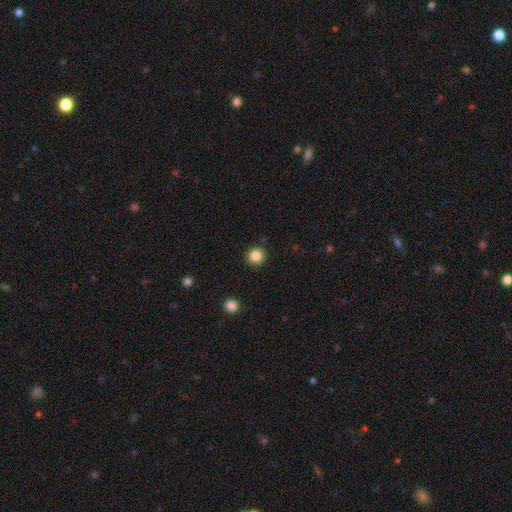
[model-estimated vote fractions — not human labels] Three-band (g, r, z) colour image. It shows a smooth galaxy with no disk features (85%) that is round (93%). Merging: none (90%).